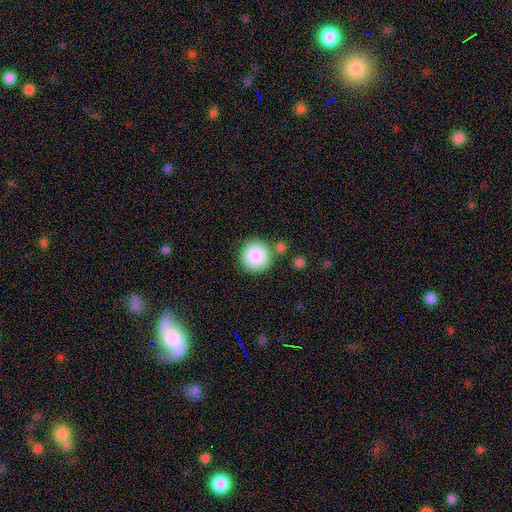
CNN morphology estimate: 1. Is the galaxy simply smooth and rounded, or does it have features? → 86% smooth, 8% star or artifact, 6% featured or disk.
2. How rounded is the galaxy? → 94% round, 5% in between, 1% cigar-shaped.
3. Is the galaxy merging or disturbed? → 79% none, 9% merger, 9% minor disturbance, 3% major disturbance.